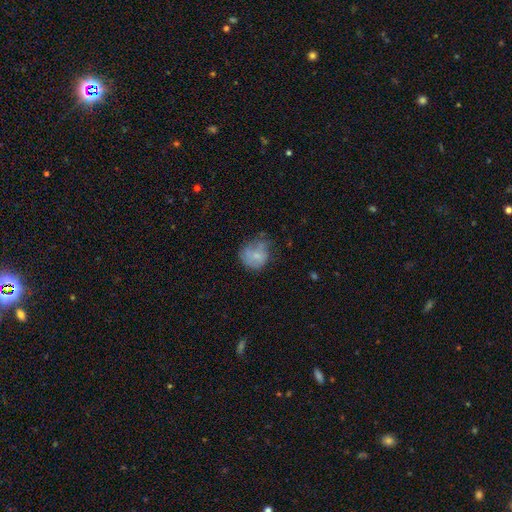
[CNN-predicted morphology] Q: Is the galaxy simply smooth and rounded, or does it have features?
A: smooth — 65%.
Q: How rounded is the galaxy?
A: round — 73%.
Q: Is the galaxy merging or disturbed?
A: none — 43%.